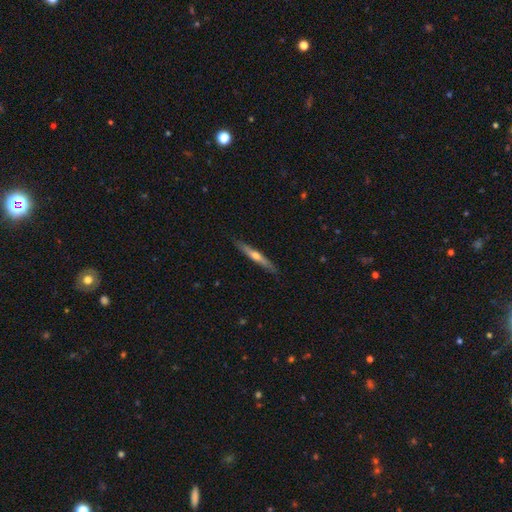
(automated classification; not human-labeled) smooth-or-featured: featured or disk: 55% | smooth: 39% | star or artifact: 6%
  disk-edge-on: yes: 94% | no: 6%
    edge-on-bulge: rounded: 74% | none: 21% | boxy: 5%
  merging: none: 88% | minor disturbance: 10% | major disturbance: 2% | merger: 1%